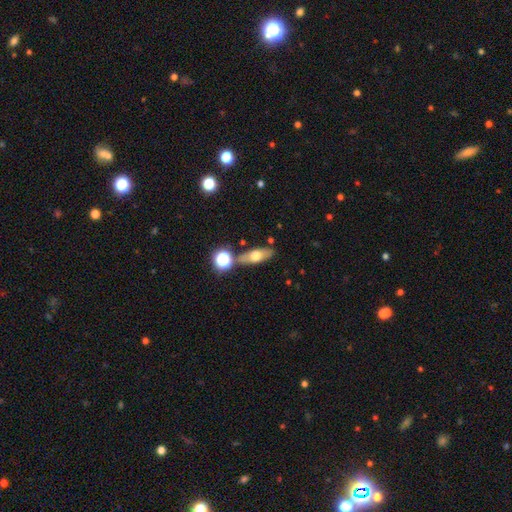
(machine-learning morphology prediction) A smooth galaxy with no disk features (59%) that is in between round and cigar-shaped (70%).

Vote fractions:
- Smooth or featured? smooth: 59% / featured or disk: 31% / star or artifact: 10%
- How rounded? in between: 70% / cigar-shaped: 22% / round: 8%
- Merging? none: 76% / minor disturbance: 11% / merger: 9% / major disturbance: 3%